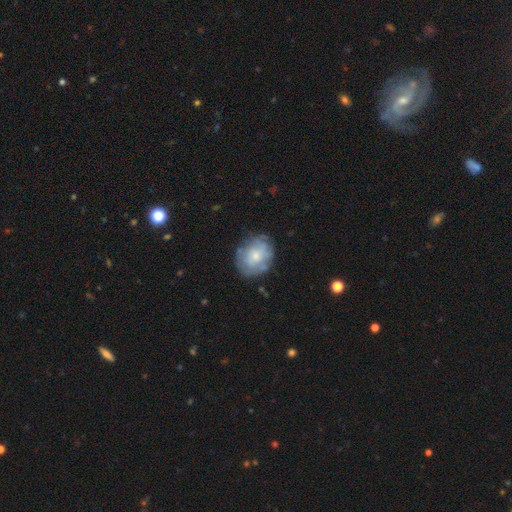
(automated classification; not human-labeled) Smooth or featured? Predicted: smooth (p=0.54). How rounded? Predicted: round (p=0.55). Merging? Predicted: none (p=0.69).